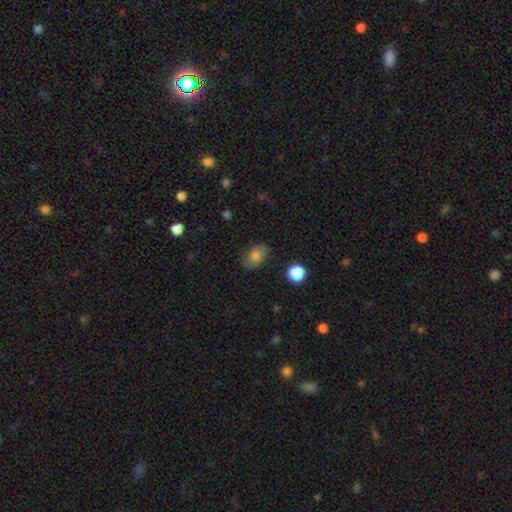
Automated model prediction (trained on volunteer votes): Overall: smooth (72%). How rounded: in between (78%). Merging: none (76%).